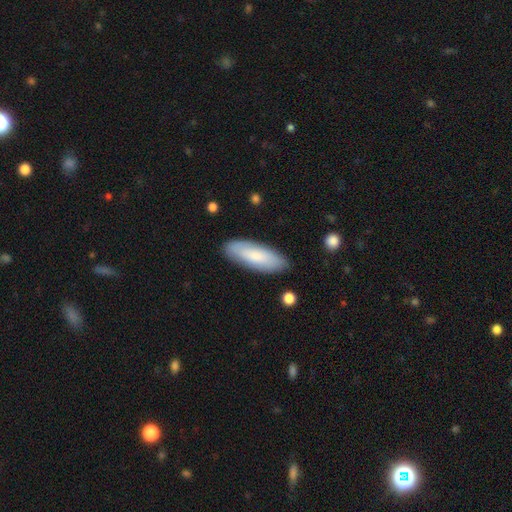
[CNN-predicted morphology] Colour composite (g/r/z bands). It shows a smooth galaxy with no disk features (77%) that is in between round and cigar-shaped (65%). Merging: none (86%).